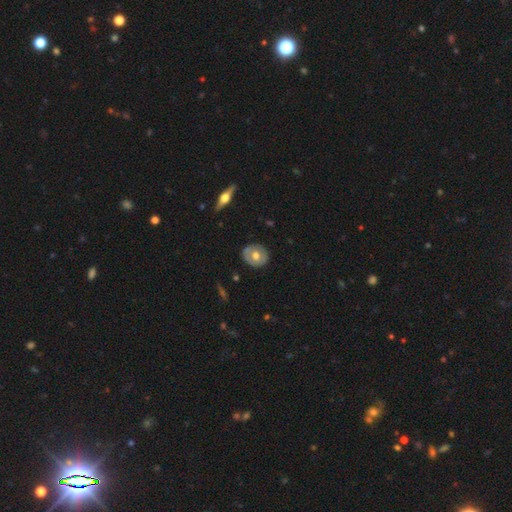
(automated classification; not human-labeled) Smooth or featured: smooth — 47% (tied with featured or disk — 47%)
Merging: none — 84% (minor disturbance — 12%)